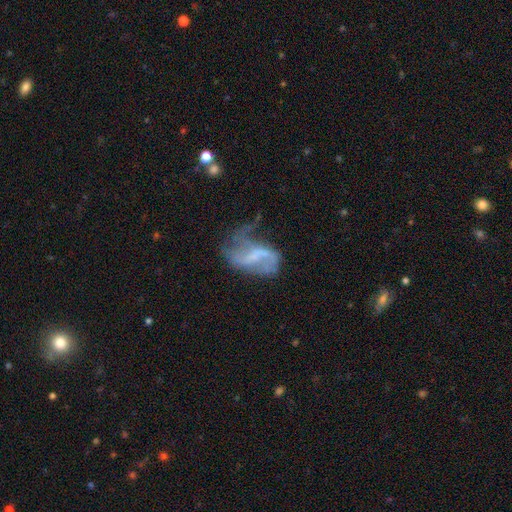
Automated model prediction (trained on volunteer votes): A featured or disk galaxy (72%) with a weak bar (44%), 2 (65%) loose (71%) spiral arms (73%) and no central bulge (53%).

Vote fractions:
- Smooth or featured? featured or disk: 72% / smooth: 18% / star or artifact: 10%
- Edge-on disk? no: 97% / yes: 3%
- Bar? weak: 44% / no: 31% / strong: 25%
- Spiral arms? yes: 73% / no: 27%
- Spiral winding? loose: 71% / medium: 23% / tight: 7%
- Spiral arm count? 2: 65% / can't tell: 15% / 1: 10% / 3: 5% / 4: 2% / more than 4: 2%
- Bulge size? none: 53% / small: 28% / moderate: 15% / large: 3% / dominant: 1%
- Merging? major disturbance: 38% / none: 32% / minor disturbance: 23% / merger: 7%